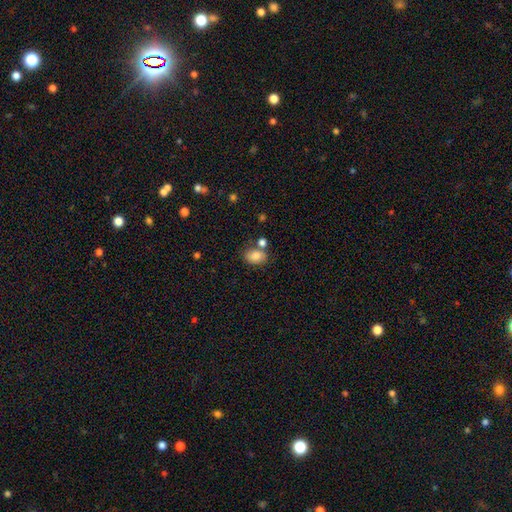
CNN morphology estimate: smooth_or_featured: smooth (p=0.81) [alt: featured or disk p=0.10]
how_rounded: in between (p=0.74) [alt: round p=0.25]
merging: none (p=0.65) [alt: merger p=0.17]